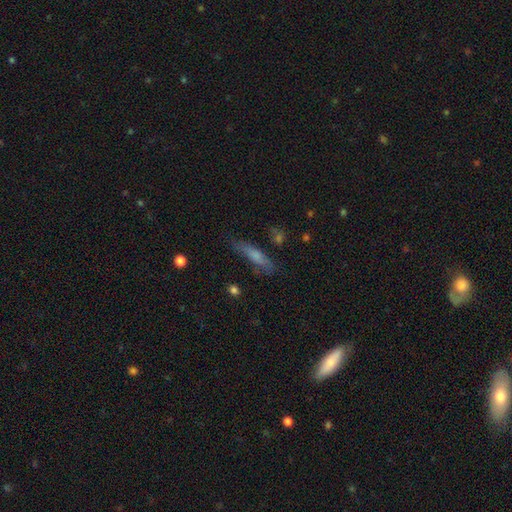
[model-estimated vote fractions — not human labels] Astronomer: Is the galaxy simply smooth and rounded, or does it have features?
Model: smooth — 59%.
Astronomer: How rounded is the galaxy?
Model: cigar-shaped — 78%.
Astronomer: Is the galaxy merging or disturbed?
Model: none — 70%.